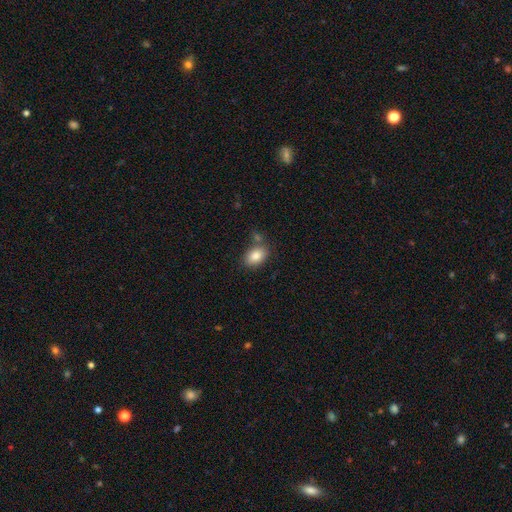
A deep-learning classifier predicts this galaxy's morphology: This is clearly a smooth galaxy (85%). How rounded: clearly in between (84%). Merging: likely none (72%).